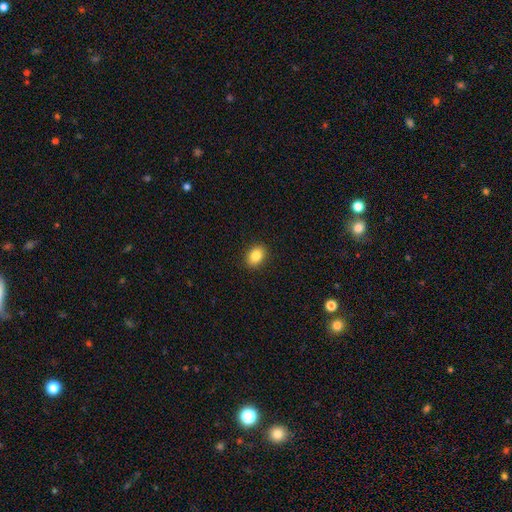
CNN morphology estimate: The model was most divided on "how rounded": in between: 71%, round: 28%, cigar-shaped: 1%. More confident: merging — none (90%); smooth or featured — smooth (85%).